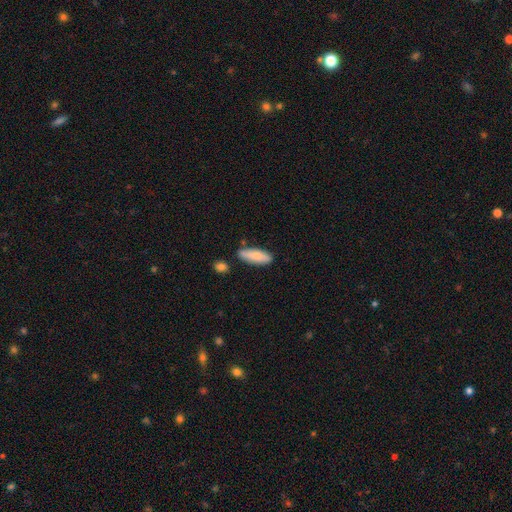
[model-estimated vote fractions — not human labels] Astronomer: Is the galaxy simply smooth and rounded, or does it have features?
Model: smooth — 79%.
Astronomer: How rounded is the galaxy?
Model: in between — 57% (runner-up: cigar-shaped, 41%).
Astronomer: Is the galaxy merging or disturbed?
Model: none — 77%.